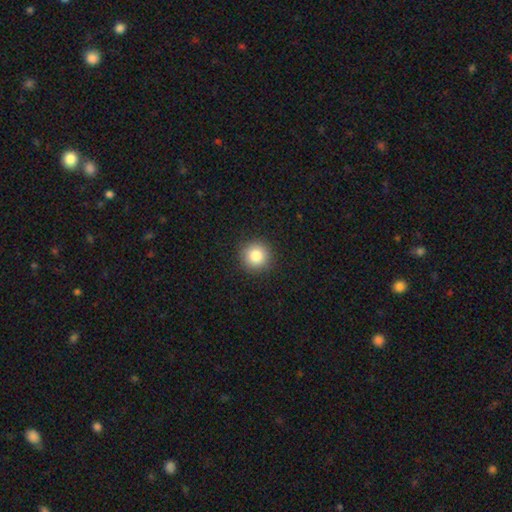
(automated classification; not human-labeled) Q: Smooth or featured?
A: smooth (83%); runner-up: star or artifact (11%)
Q: How rounded?
A: round (95%); runner-up: in between (4%)
Q: Merging?
A: none (91%); runner-up: minor disturbance (6%)